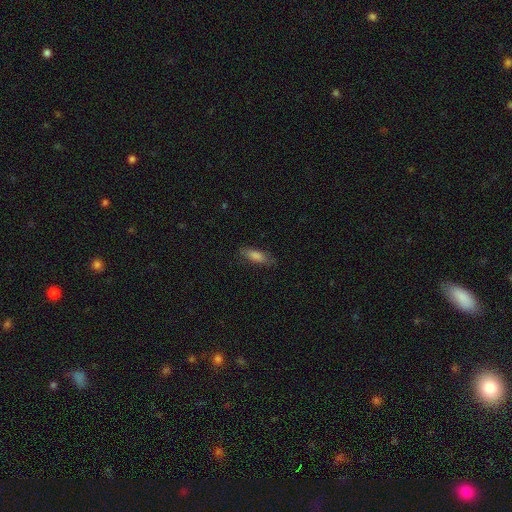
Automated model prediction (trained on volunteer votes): Smooth or featured?
  - smooth: 79% *
  - featured or disk: 14%
  - star or artifact: 8%
How rounded?
  - in between: 53% *
  - cigar-shaped: 45%
  - round: 2%
Merging?
  - none: 80% *
  - minor disturbance: 15%
  - major disturbance: 4%
  - merger: 1%